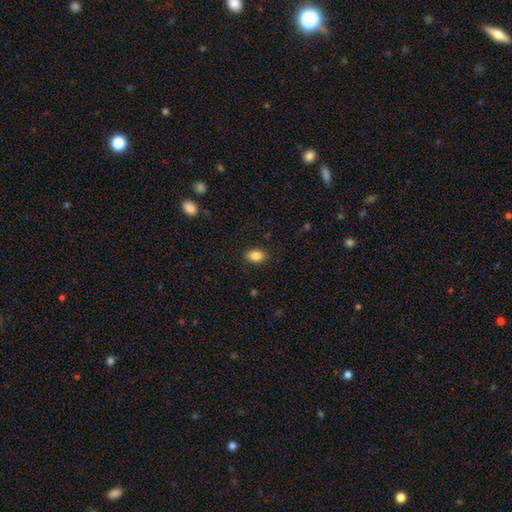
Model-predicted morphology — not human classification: This appears to be a smooth galaxy with no disk features (87%) that is in between round and cigar-shaped (84%). Merging: none (88%).